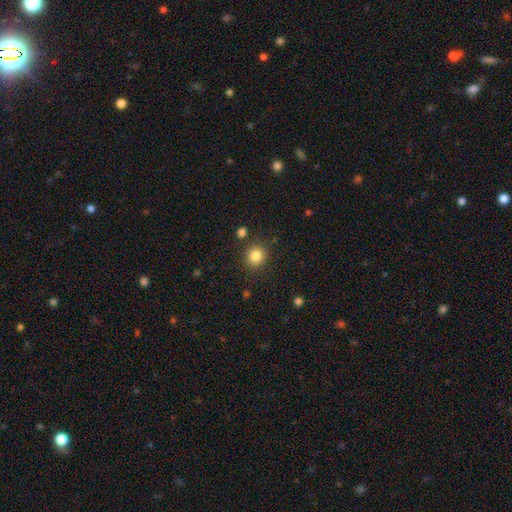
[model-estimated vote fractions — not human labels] This is clearly a smooth galaxy (83%). How rounded: clearly round (89%). Merging: clearly none (86%).